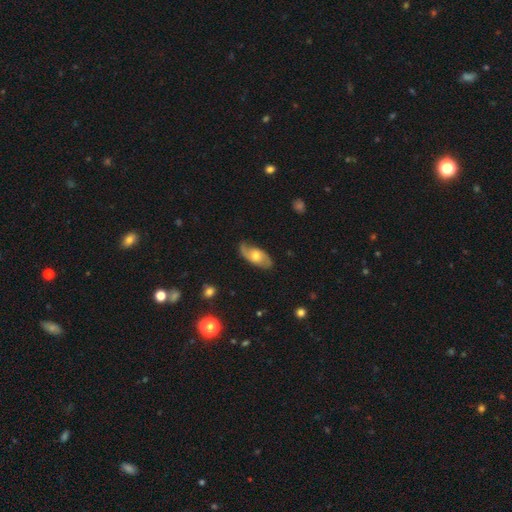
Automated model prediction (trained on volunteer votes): Smooth or featured? Predicted: featured or disk (p=0.65). Edge-on disk? Predicted: no (p=0.90). Bar? Predicted: no (p=0.70). Spiral arms? Predicted: yes (p=0.86). Spiral winding? Predicted: medium (p=0.41). Spiral arm count? Predicted: 2 (p=0.82). Bulge size? Predicted: moderate (p=0.70). Merging? Predicted: none (p=0.77).